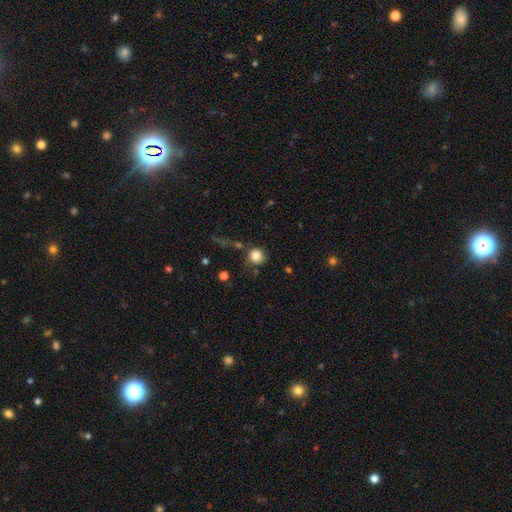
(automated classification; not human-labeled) Smooth or featured? smooth (82%)
How rounded? round (91%)
Merging? none (73%)